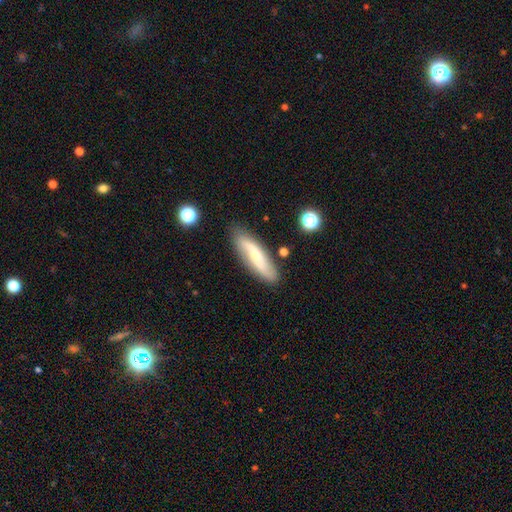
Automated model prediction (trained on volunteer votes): This appears to be a featured or disk galaxy (50%). Merging: none (80%).